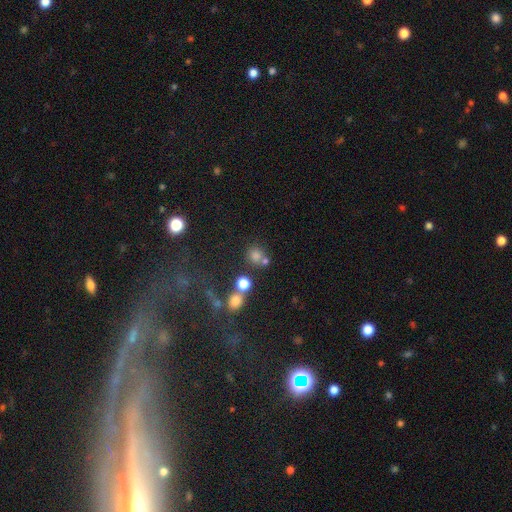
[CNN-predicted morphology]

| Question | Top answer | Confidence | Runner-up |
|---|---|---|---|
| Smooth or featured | smooth | 72% | star or artifact (18%) |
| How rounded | round | 84% | in between (15%) |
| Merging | none | 58% | merger (28%) |